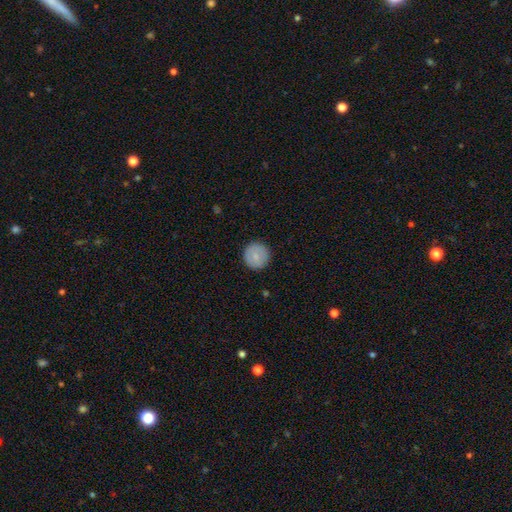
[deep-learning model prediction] This is likely a smooth galaxy (76%). How rounded: clearly round (95%). Merging: clearly none (90%).